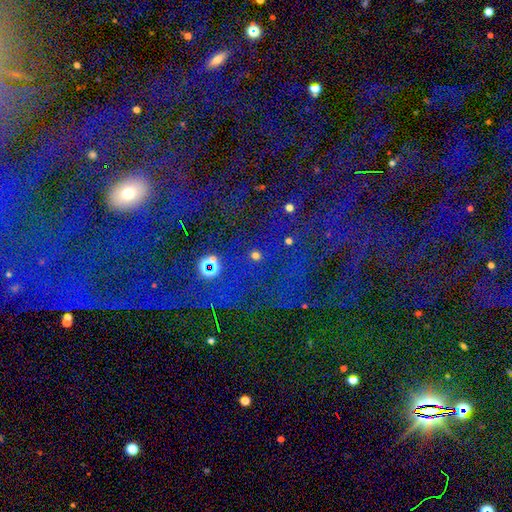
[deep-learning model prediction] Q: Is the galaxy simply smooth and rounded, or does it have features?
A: star or artifact — 47%.